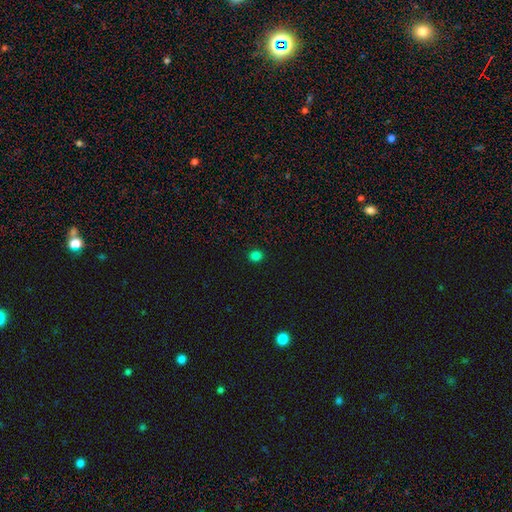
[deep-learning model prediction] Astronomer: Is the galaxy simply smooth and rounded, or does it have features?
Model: smooth — 82%.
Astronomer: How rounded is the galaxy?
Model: round — 75%.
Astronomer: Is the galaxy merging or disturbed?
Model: none — 92%.